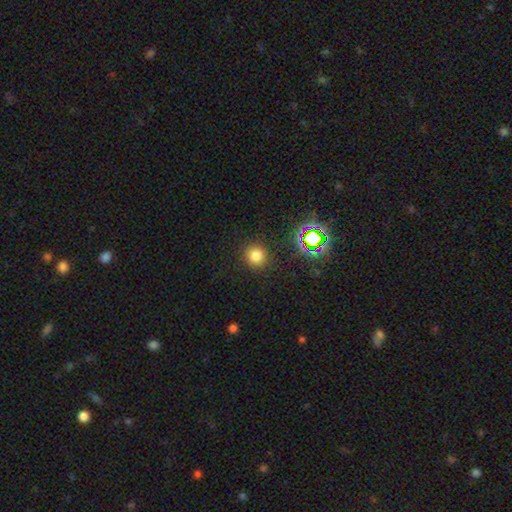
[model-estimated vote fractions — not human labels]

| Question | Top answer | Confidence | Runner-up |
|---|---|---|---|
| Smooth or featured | smooth | 76% | star or artifact (19%) |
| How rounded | round | 93% | in between (6%) |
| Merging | none | 89% | minor disturbance (7%) |